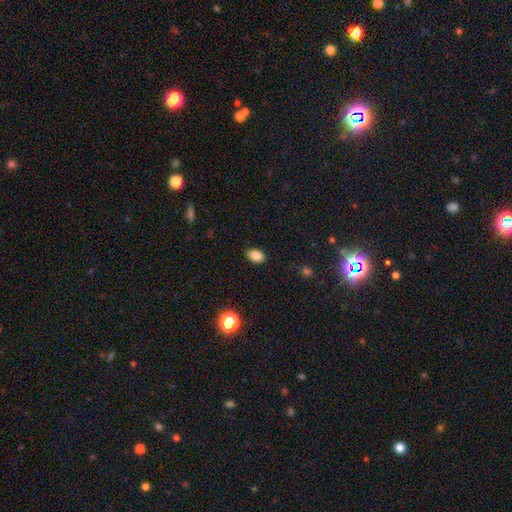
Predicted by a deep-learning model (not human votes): Q: Smooth or featured?
A: smooth (85%); runner-up: star or artifact (10%)
Q: How rounded?
A: in between (85%); runner-up: round (13%)
Q: Merging?
A: none (85%); runner-up: minor disturbance (11%)